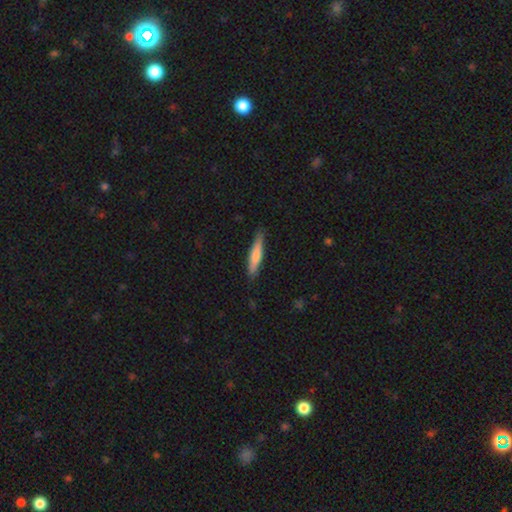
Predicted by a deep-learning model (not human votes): A smooth galaxy with no disk features (71%) that is cigar-shaped (88%).

Vote fractions:
- Smooth or featured? smooth: 71% / featured or disk: 24% / star or artifact: 5%
- How rounded? cigar-shaped: 88% / in between: 10% / round: 1%
- Merging? none: 86% / minor disturbance: 11% / major disturbance: 2% / merger: 1%